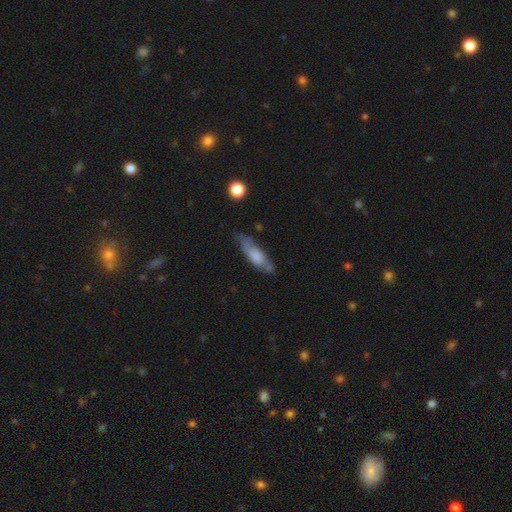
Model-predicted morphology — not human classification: Smooth or featured?
  - smooth: 60% *
  - featured or disk: 34%
  - star or artifact: 7%
How rounded?
  - cigar-shaped: 54% *
  - in between: 43%
  - round: 2%
Merging?
  - none: 58% *
  - minor disturbance: 29%
  - major disturbance: 9%
  - merger: 4%